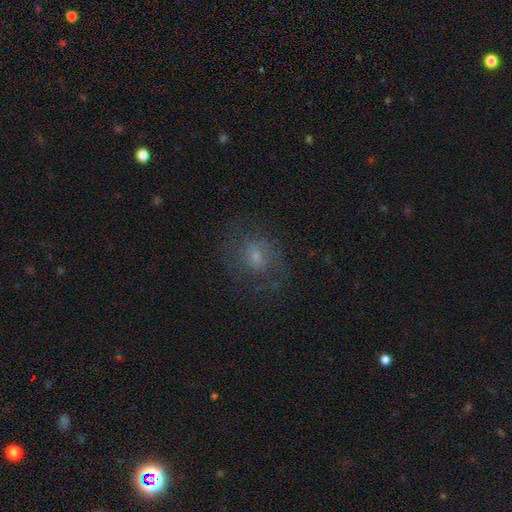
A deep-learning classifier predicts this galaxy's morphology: Q: Smooth or featured?
A: featured or disk (43%); runner-up: smooth (42%)
Q: Merging?
A: none (65%); runner-up: minor disturbance (18%)